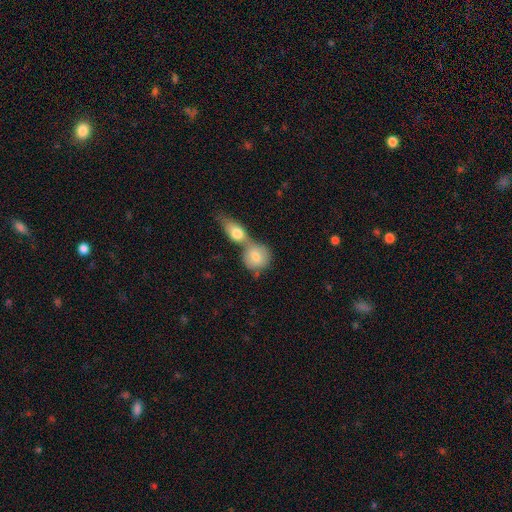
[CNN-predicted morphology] Smooth or featured? smooth (76%)
How rounded? round (76%)
Merging? merger (63%)